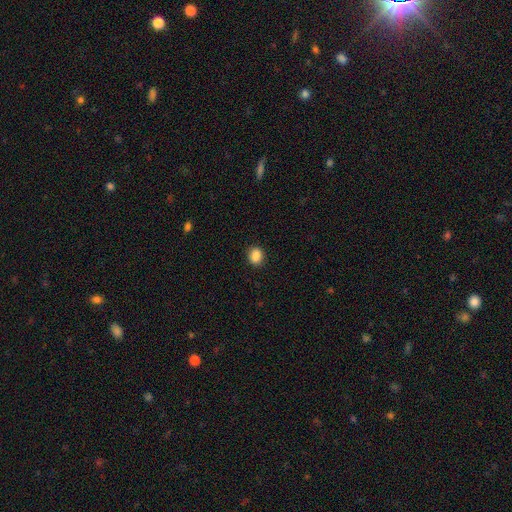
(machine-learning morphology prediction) Q: Smooth or featured?
A: smooth (88%); runner-up: star or artifact (9%)
Q: How rounded?
A: round (59%); runner-up: in between (40%)
Q: Merging?
A: none (90%); runner-up: minor disturbance (7%)